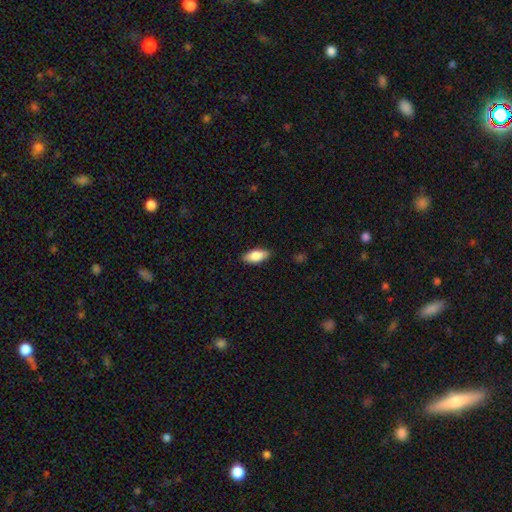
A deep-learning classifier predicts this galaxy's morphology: This is clearly a smooth galaxy (81%). How rounded: clearly in between (86%). Merging: clearly none (87%).